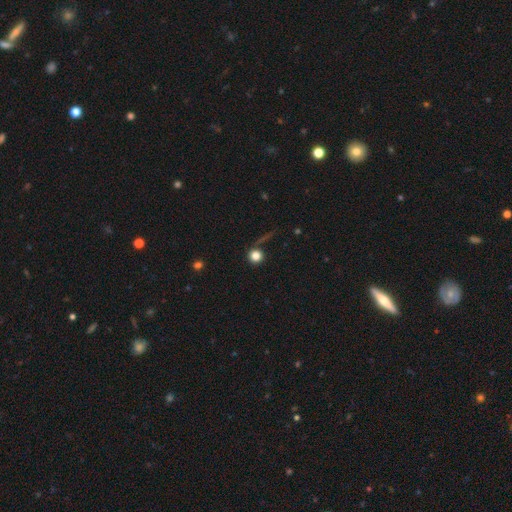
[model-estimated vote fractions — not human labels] Q: Smooth or featured?
A: smooth (81%); runner-up: star or artifact (12%)
Q: How rounded?
A: round (94%); runner-up: in between (4%)
Q: Merging?
A: none (80%); runner-up: minor disturbance (10%)